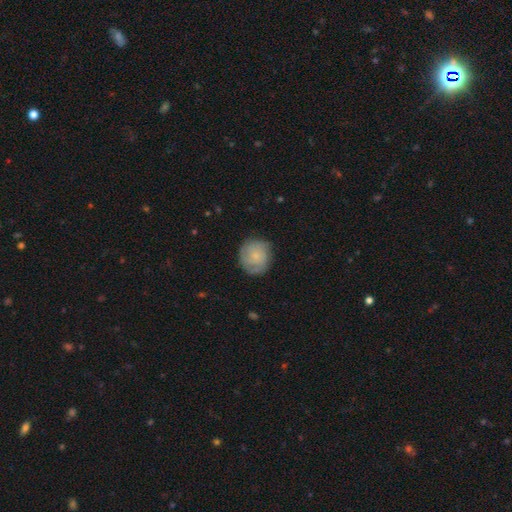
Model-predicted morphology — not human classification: A smooth galaxy with no disk features (55%) that is round (82%).

Vote fractions:
- Smooth or featured? smooth: 55% / featured or disk: 38% / star or artifact: 7%
- How rounded? round: 82% / in between: 17% / cigar-shaped: 1%
- Merging? none: 75% / minor disturbance: 18% / major disturbance: 5% / merger: 1%